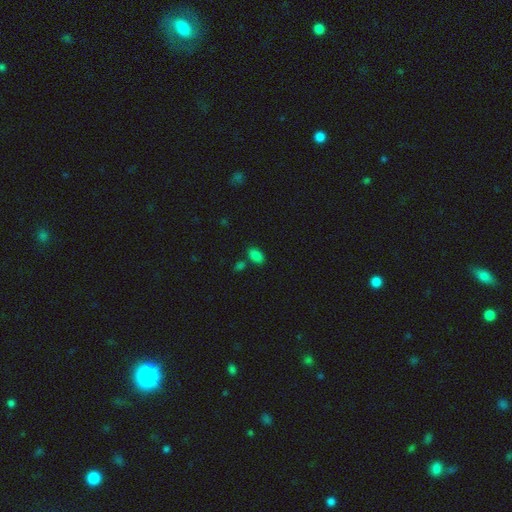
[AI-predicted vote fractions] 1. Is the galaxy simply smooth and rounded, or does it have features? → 83% smooth, 13% star or artifact, 4% featured or disk.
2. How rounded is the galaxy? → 91% in between, 7% round, 2% cigar-shaped.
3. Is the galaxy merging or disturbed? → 75% none, 12% minor disturbance, 10% merger, 3% major disturbance.